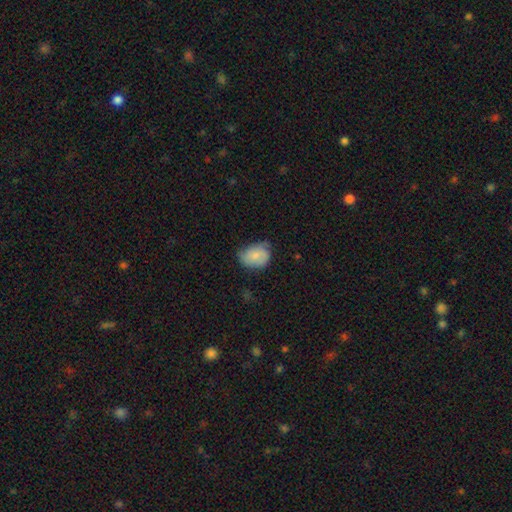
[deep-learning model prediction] A smooth galaxy with no disk features (73%) that is in between round and cigar-shaped (66%). Merging: none (47%).